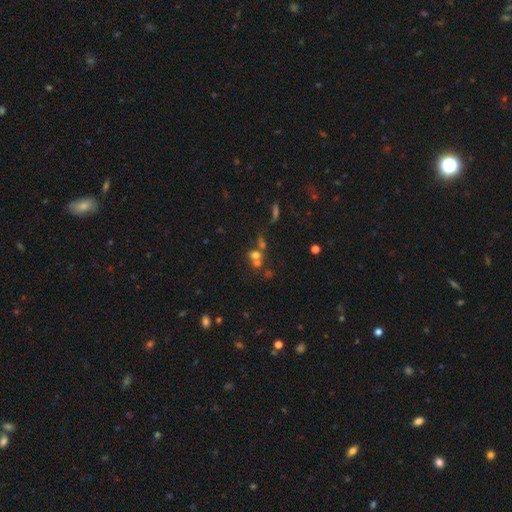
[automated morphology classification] Overall: smooth (57%; star or artifact 23%). How rounded: round (71%). Merging: merger (51%; none 35%).